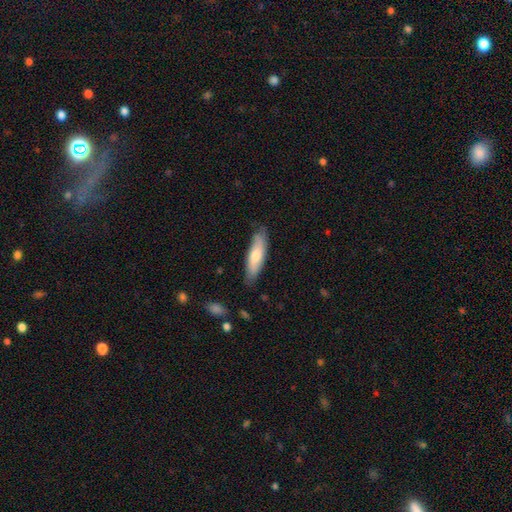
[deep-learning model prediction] Smooth or featured: smooth — 70% (featured or disk — 25%)
How rounded: cigar-shaped — 55% (in between — 43%)
Merging: none — 76% (minor disturbance — 19%)